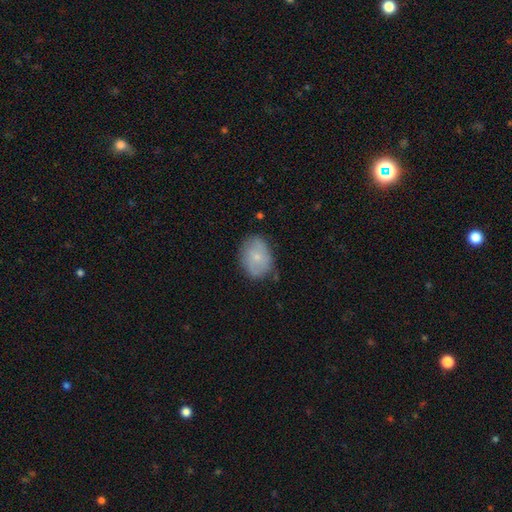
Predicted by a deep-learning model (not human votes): Smooth or featured: smooth — 68% (featured or disk — 25%)
How rounded: in between — 68% (round — 30%)
Merging: none — 75% (minor disturbance — 19%)